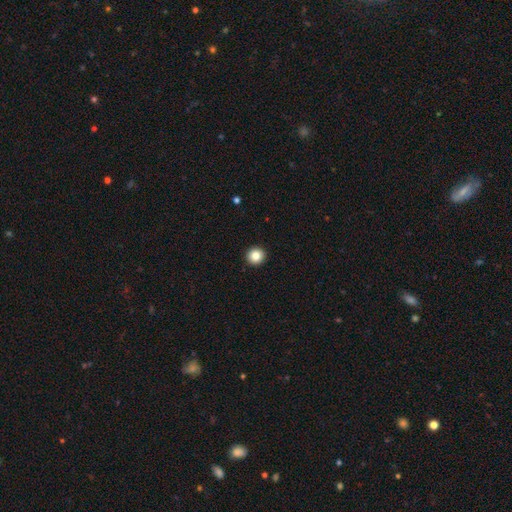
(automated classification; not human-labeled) Overall: smooth (84%). How rounded: round (95%). Merging: none (94%).